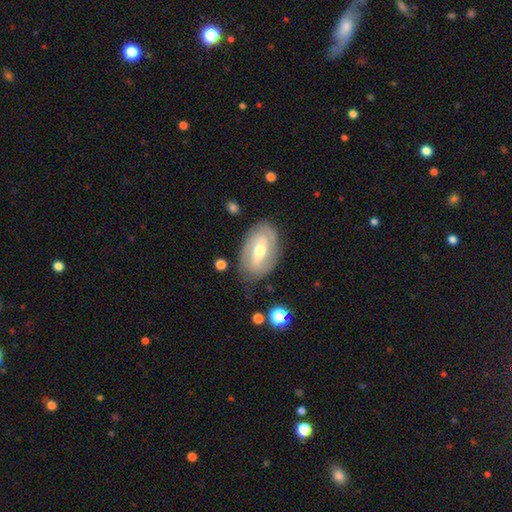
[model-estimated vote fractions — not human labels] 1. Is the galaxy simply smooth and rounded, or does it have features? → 73% featured or disk, 20% smooth, 7% star or artifact.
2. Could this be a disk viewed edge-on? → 93% no, 7% yes.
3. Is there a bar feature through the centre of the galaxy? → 43% weak, 34% strong, 23% no.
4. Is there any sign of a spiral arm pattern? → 80% yes, 20% no.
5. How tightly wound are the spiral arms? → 52% tight, 33% medium, 14% loose.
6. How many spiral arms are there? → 62% 2, 24% can't tell, 7% 3, 4% 1, 2% 4, 2% more than 4.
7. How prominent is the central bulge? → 65% moderate, 30% small, 3% large, 1% none, 1% dominant.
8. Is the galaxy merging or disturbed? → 77% none, 17% minor disturbance, 5% major disturbance, 2% merger.